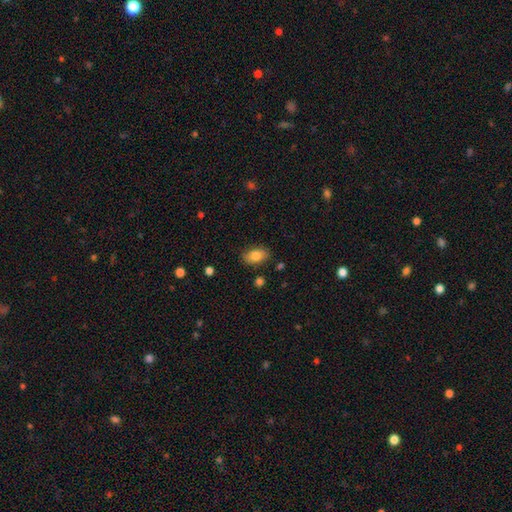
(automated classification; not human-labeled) Smooth or featured? smooth (82%)
How rounded? in between (89%)
Merging? none (84%)